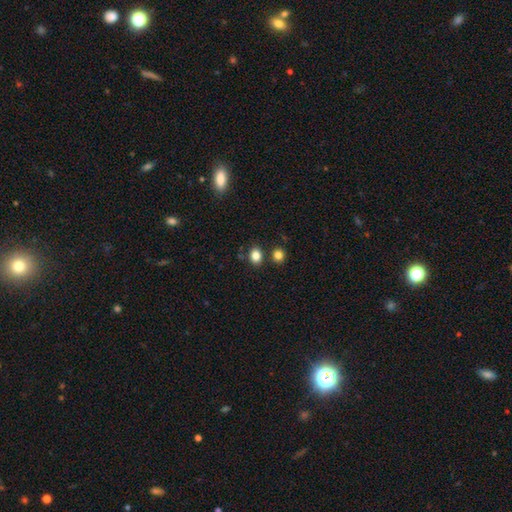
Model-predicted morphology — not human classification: type=smooth (84%); roundness=round (50%); merging=none (79%).